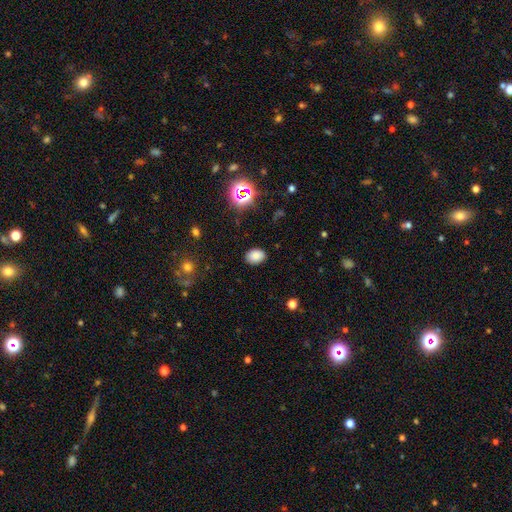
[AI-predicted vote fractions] Smooth or featured: smooth — 80% (star or artifact — 15%)
How rounded: in between — 74% (round — 25%)
Merging: none — 87% (minor disturbance — 9%)